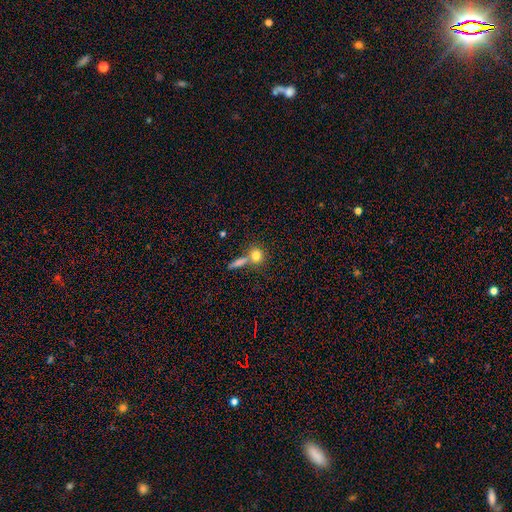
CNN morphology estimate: This is likely a smooth galaxy (79%). How rounded: likely round (76%). Merging: possibly none (55%).